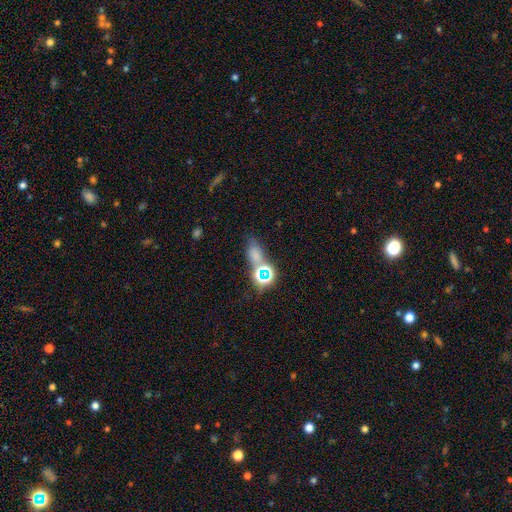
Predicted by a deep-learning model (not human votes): This is possibly a smooth galaxy (57%). How rounded: likely in between (68%). Merging: possibly none (52%).